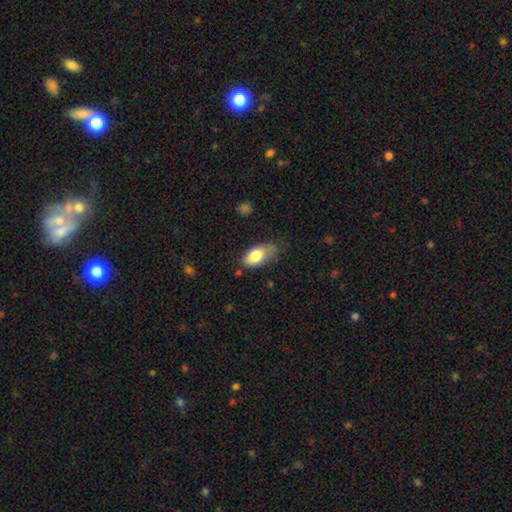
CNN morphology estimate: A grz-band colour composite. It shows a smooth galaxy with no disk features (80%) that is in between round and cigar-shaped (91%). Merging: none (55%).